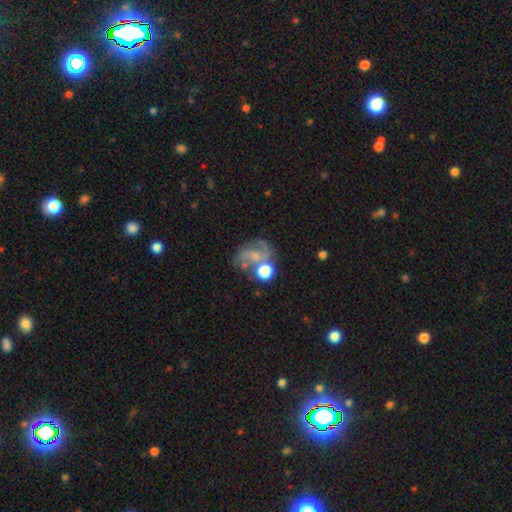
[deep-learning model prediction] This appears to be a featured or disk galaxy (60%) with no bar (61%), spiral arms (82%) and a small central bulge (35%). Merging: none (41%).